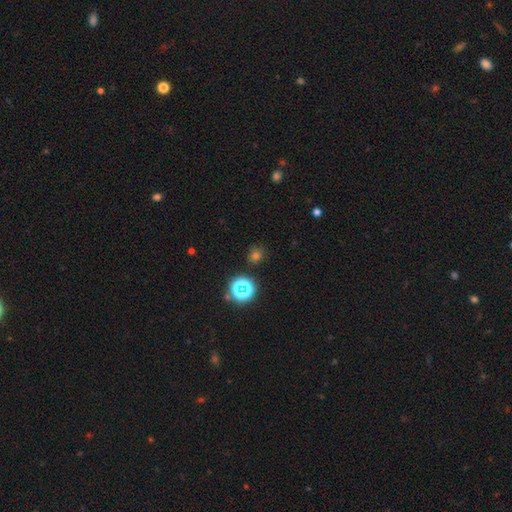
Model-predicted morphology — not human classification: smooth-or-featured: smooth: 57% | star or artifact: 36% | featured or disk: 7%
  how-rounded: round: 88% | in between: 11% | cigar-shaped: 1%
  merging: none: 85% | minor disturbance: 9% | major disturbance: 3% | merger: 3%